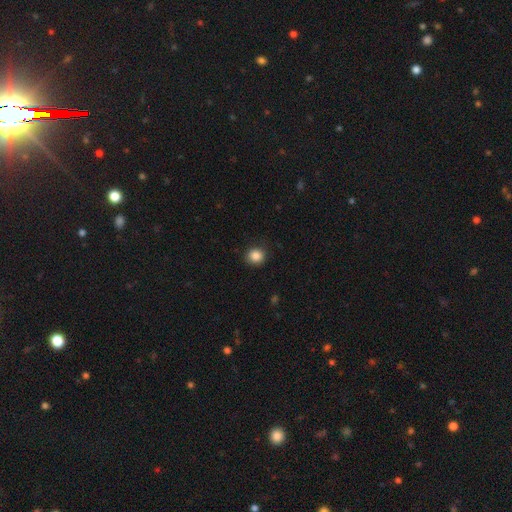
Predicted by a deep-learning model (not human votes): A smooth galaxy with no disk features (86%) that is round (89%).

Vote fractions:
- Smooth or featured? smooth: 86% / star or artifact: 10% / featured or disk: 4%
- How rounded? round: 89% / in between: 10% / cigar-shaped: 1%
- Merging? none: 88% / minor disturbance: 9% / major disturbance: 2% / merger: 1%